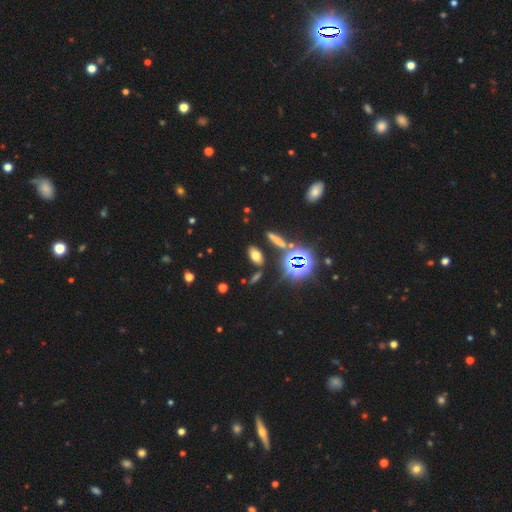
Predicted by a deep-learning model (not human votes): Smooth or featured: smooth — 62% (star or artifact — 26%)
How rounded: in between — 78% (cigar-shaped — 13%)
Merging: none — 83% (minor disturbance — 8%)